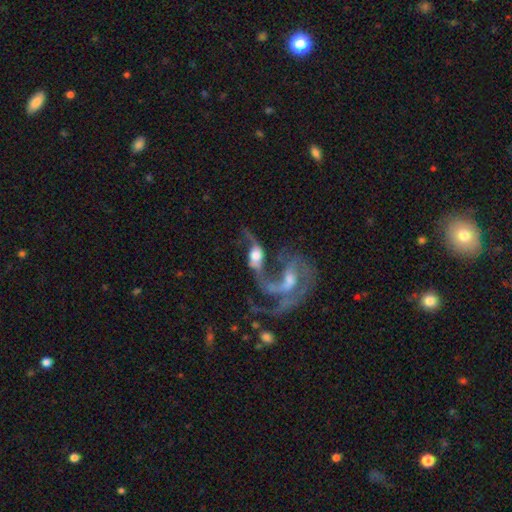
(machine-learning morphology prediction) Smooth or featured? featured or disk (73%)
Edge-on disk? no (90%)
Bar? no (59%)
Spiral arms? yes (81%)
Spiral winding? loose (79%)
Spiral arm count? 2 (78%)
Bulge size? large (37%)
Merging? merger (54%)